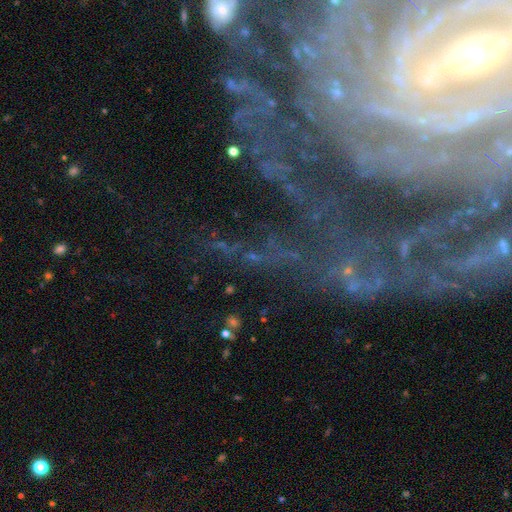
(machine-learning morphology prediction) Smooth or featured?
  - featured or disk: 52% *
  - star or artifact: 34%
  - smooth: 14%
Edge-on disk?
  - no: 83% *
  - yes: 17%
Merging?
  - none: 68% *
  - minor disturbance: 14%
  - major disturbance: 11%
  - merger: 6%